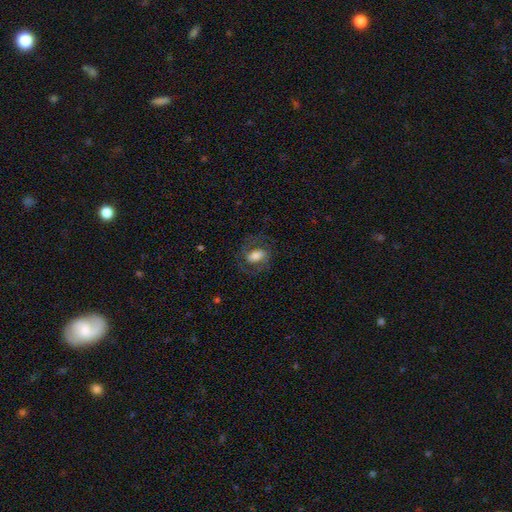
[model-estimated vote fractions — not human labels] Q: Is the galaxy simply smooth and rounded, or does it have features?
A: featured or disk — 48%.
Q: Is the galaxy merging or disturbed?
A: none — 68%.